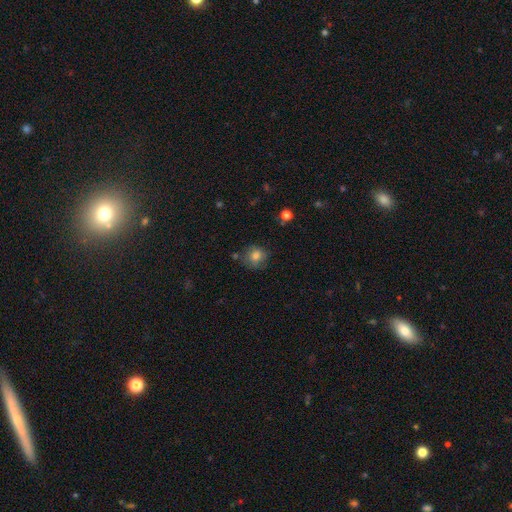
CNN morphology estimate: This is likely a smooth galaxy (76%). How rounded: likely round (80%). Merging: likely none (67%).